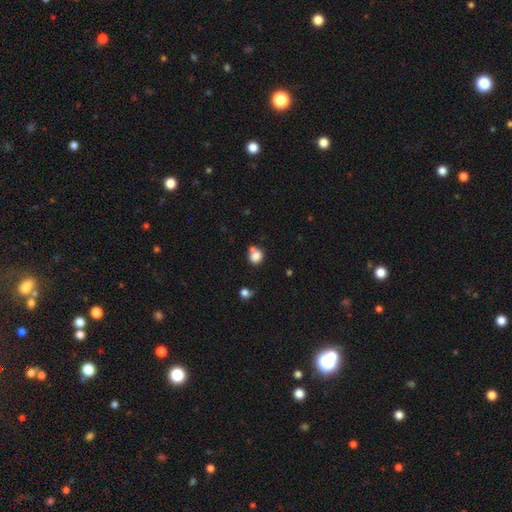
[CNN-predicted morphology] Smooth or featured: smooth — 82% (star or artifact — 11%)
How rounded: round — 78% (in between — 21%)
Merging: none — 52% (merger — 22%)